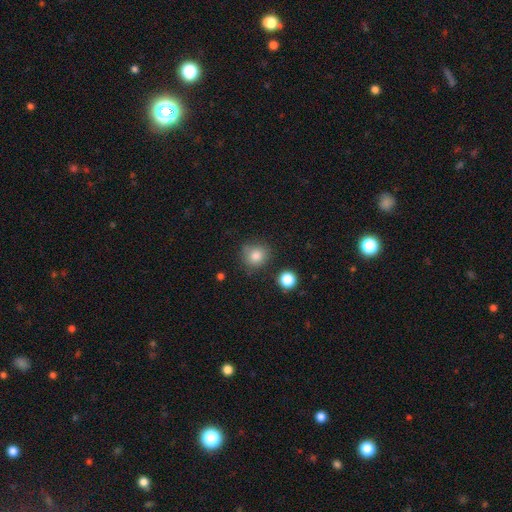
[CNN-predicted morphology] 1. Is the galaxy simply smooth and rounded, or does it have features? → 83% smooth, 11% star or artifact, 6% featured or disk.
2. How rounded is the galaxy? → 86% round, 13% in between, 1% cigar-shaped.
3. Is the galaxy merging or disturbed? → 74% none, 17% minor disturbance, 5% merger, 4% major disturbance.